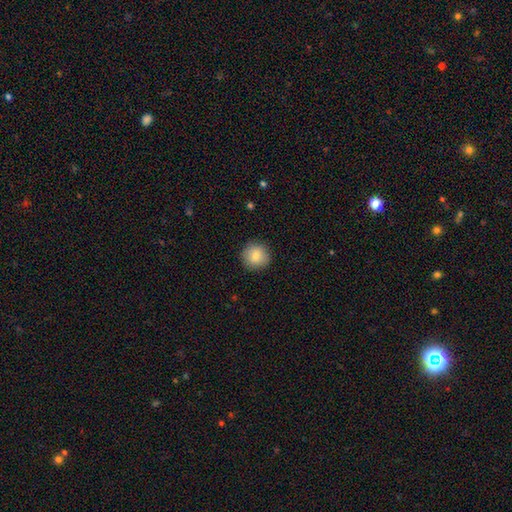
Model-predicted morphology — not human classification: Q: Smooth or featured?
A: smooth (82%); runner-up: star or artifact (9%)
Q: How rounded?
A: round (94%); runner-up: in between (5%)
Q: Merging?
A: none (90%); runner-up: minor disturbance (7%)